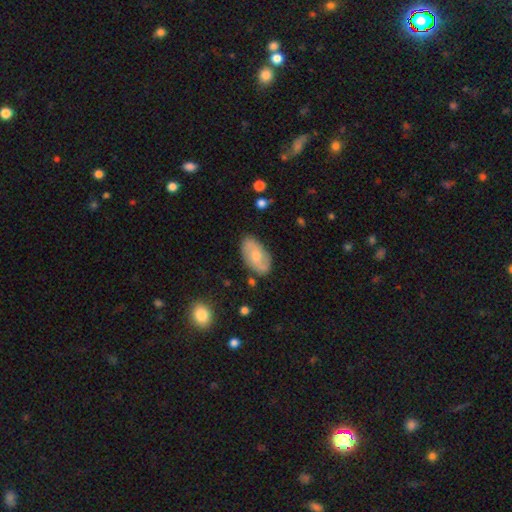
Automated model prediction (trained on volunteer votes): A smooth galaxy with no disk features (48%). Merging: none (80%).